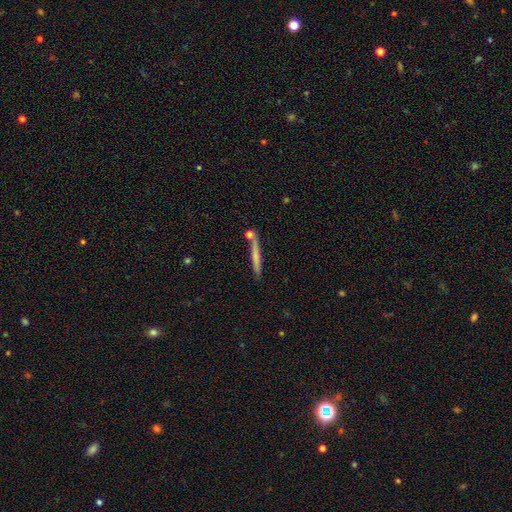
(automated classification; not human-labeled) smooth 62%, featured or disk 32%, star or artifact 6%. Down the decision tree: how rounded — cigar-shaped (95%); merging — none (78%).